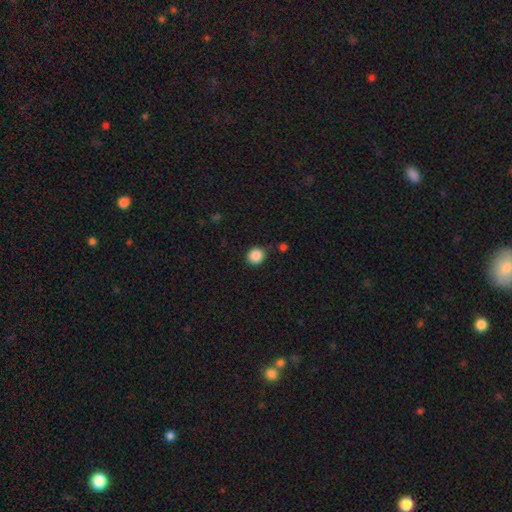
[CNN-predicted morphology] The model was most divided on "how rounded": round: 86%, in between: 13%, cigar-shaped: 1%. More confident: smooth or featured — smooth (87%); merging — none (85%).